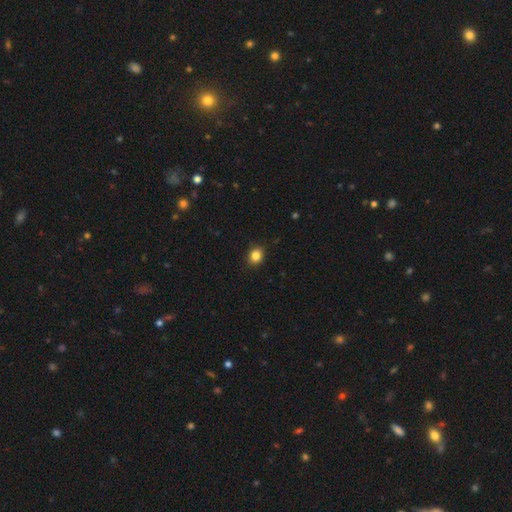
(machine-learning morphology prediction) Smooth or featured: smooth — 85% (star or artifact — 11%)
How rounded: round — 66% (in between — 33%)
Merging: none — 90% (minor disturbance — 7%)